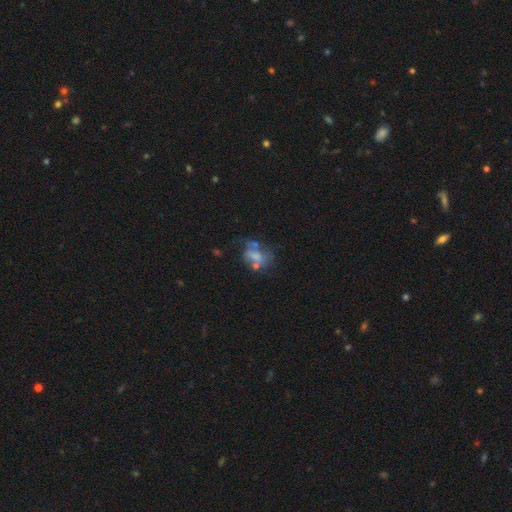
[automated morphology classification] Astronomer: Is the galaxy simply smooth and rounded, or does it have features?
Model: featured or disk — 44% (runner-up: smooth, 43%).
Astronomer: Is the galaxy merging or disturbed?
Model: major disturbance — 33% (runner-up: none, 26%).